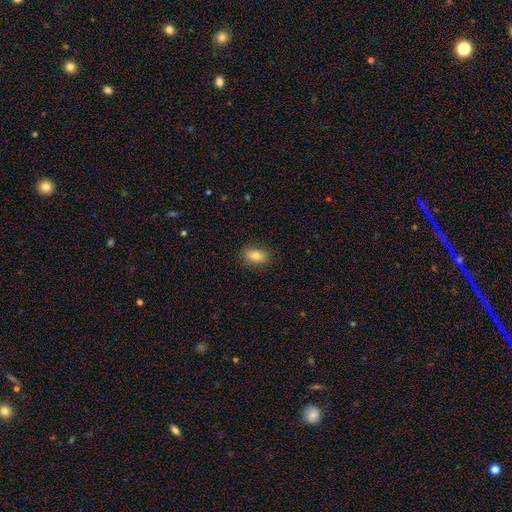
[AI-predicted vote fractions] Smooth or featured: smooth — 80% (featured or disk — 12%)
How rounded: in between — 86% (round — 10%)
Merging: none — 86% (minor disturbance — 10%)